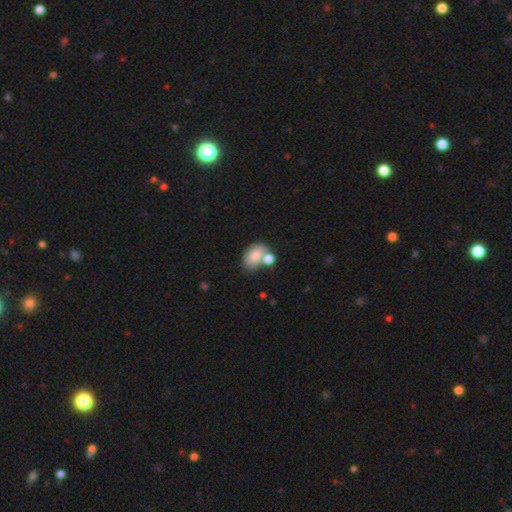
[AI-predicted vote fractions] The model was most divided on "merging": none: 46%, merger: 33%, minor disturbance: 15%, major disturbance: 5%. More confident: how rounded — in between (82%); smooth or featured — smooth (80%).